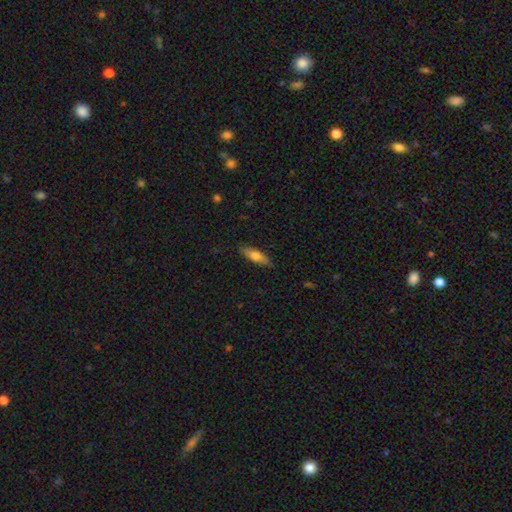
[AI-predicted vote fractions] Smooth or featured? Predicted: smooth (p=0.66). How rounded? Predicted: cigar-shaped (p=0.52). Merging? Predicted: none (p=0.87).